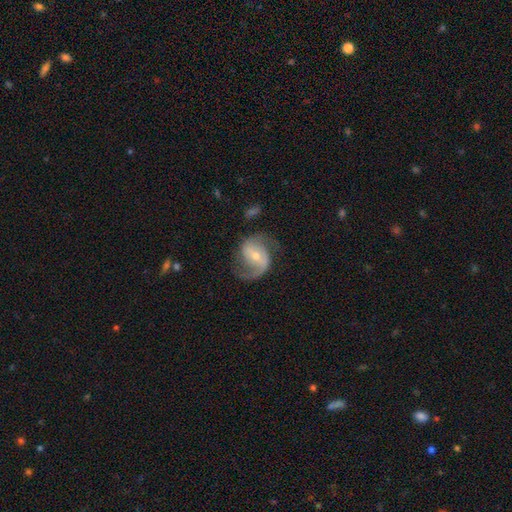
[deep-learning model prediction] Q: Smooth or featured?
A: featured or disk (85%); runner-up: smooth (10%)
Q: Edge-on disk?
A: no (98%); runner-up: yes (2%)
Q: Bar?
A: weak (49%); runner-up: no (32%)
Q: Spiral arms?
A: yes (96%); runner-up: no (4%)
Q: Spiral winding?
A: medium (50%); runner-up: loose (35%)
Q: Spiral arm count?
A: 2 (84%); runner-up: 1 (10%)
Q: Bulge size?
A: moderate (53%); runner-up: small (40%)
Q: Merging?
A: none (68%); runner-up: minor disturbance (18%)